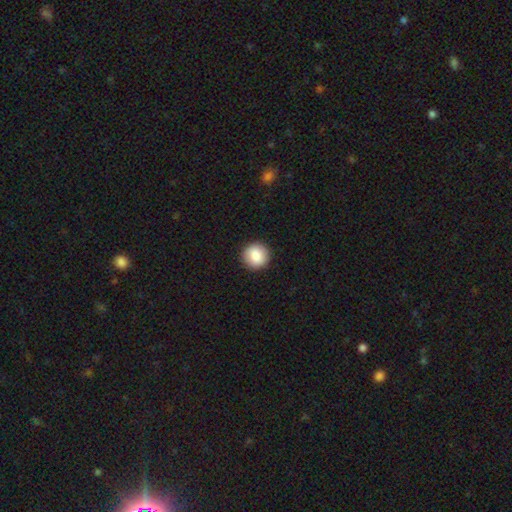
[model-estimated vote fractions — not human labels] Smooth or featured? smooth (87%)
How rounded? round (94%)
Merging? none (91%)